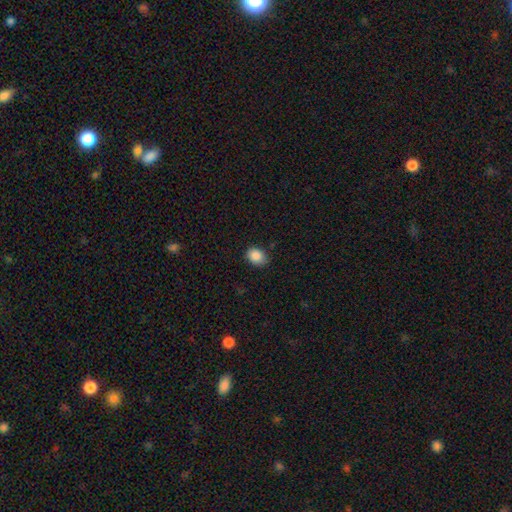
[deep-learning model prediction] smooth_or_featured: smooth (p=0.88) [alt: star or artifact p=0.08]
how_rounded: in between (p=0.58) [alt: round p=0.41]
merging: none (p=0.80) [alt: minor disturbance p=0.16]